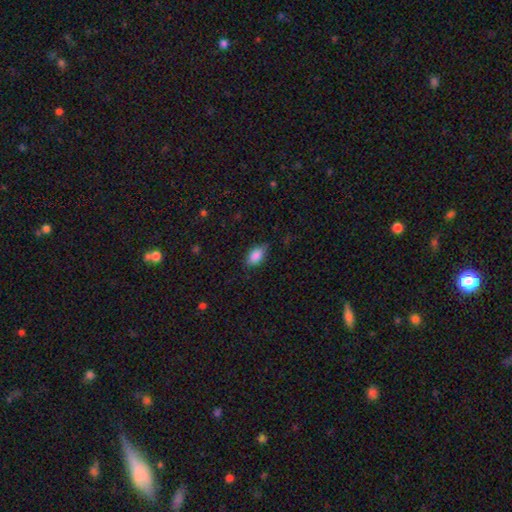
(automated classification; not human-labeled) Smooth or featured? Predicted: smooth (p=0.85). How rounded? Predicted: in between (p=0.90). Merging? Predicted: none (p=0.76).